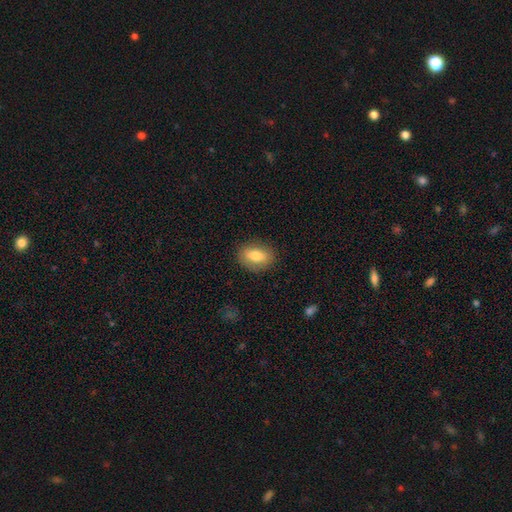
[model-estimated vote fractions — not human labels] A smooth galaxy with no disk features (77%) that is in between round and cigar-shaped (80%). Merging: none (86%).